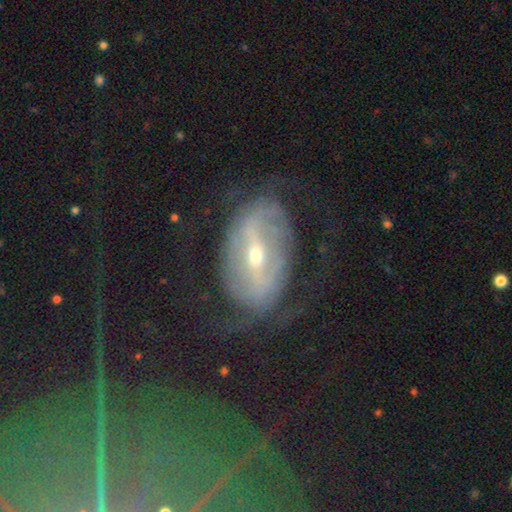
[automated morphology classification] Smooth or featured? featured or disk (79%)
Edge-on disk? no (92%)
Bar? strong (59%)
Spiral arms? yes (80%)
Spiral winding? tight (37%)
Spiral arm count? 2 (58%)
Bulge size? small (53%)
Merging? none (66%)